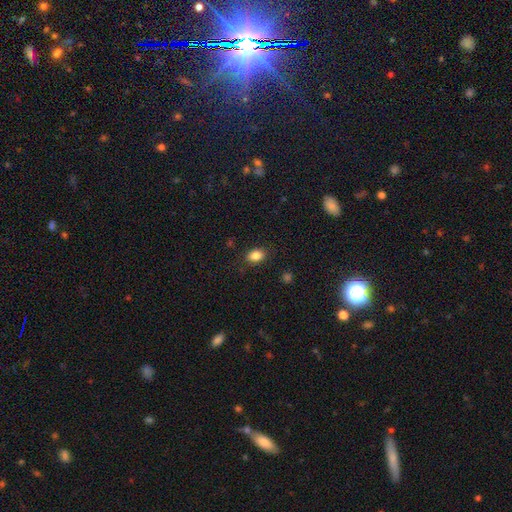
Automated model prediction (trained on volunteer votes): Q: Smooth or featured?
A: smooth (86%); runner-up: star or artifact (10%)
Q: How rounded?
A: in between (80%); runner-up: round (19%)
Q: Merging?
A: none (85%); runner-up: minor disturbance (11%)